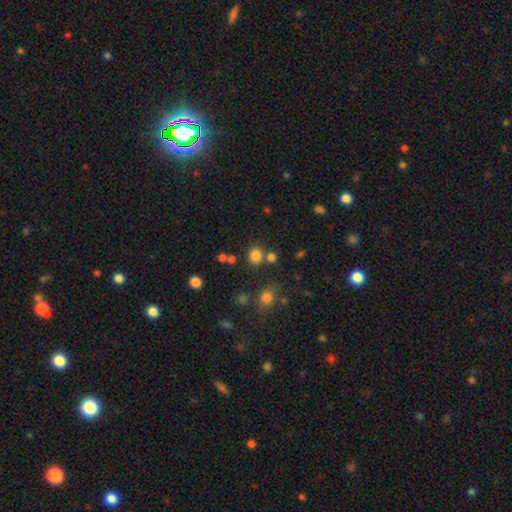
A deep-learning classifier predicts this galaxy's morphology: The model was most divided on "merging": none: 72%, merger: 14%, minor disturbance: 9%, major disturbance: 4%. More confident: how rounded — round (80%); smooth or featured — smooth (78%).